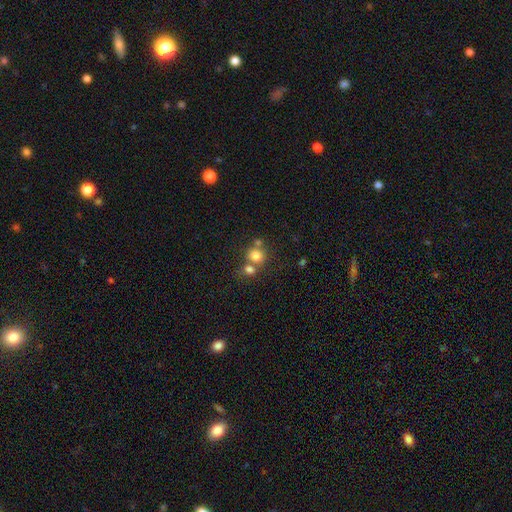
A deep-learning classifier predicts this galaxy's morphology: Smooth or featured? Predicted: smooth (p=0.78). How rounded? Predicted: round (p=0.83). Merging? Predicted: none (p=0.49).